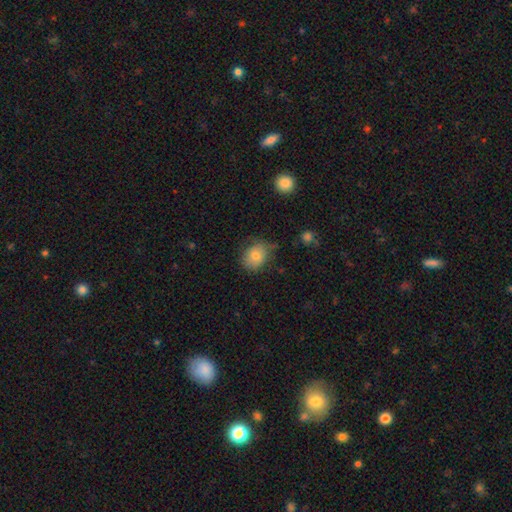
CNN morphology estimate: smooth 79%, featured or disk 12%, star or artifact 9%. Down the decision tree: how rounded — in between (53%); merging — none (64%).